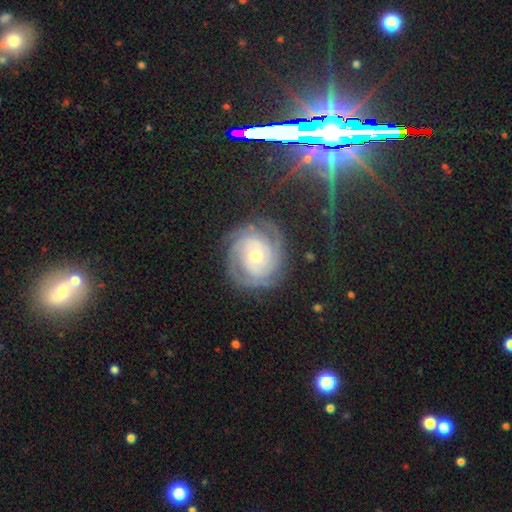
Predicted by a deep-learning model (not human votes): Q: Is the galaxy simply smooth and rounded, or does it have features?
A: featured or disk — 81%.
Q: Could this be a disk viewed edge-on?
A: no — 97%.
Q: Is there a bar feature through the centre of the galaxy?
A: no — 75%.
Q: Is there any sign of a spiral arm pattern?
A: yes — 94%.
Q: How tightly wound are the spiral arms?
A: tight — 75%.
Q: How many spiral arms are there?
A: can't tell — 31%.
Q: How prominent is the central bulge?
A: moderate — 65%.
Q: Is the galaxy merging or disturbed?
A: none — 75%.